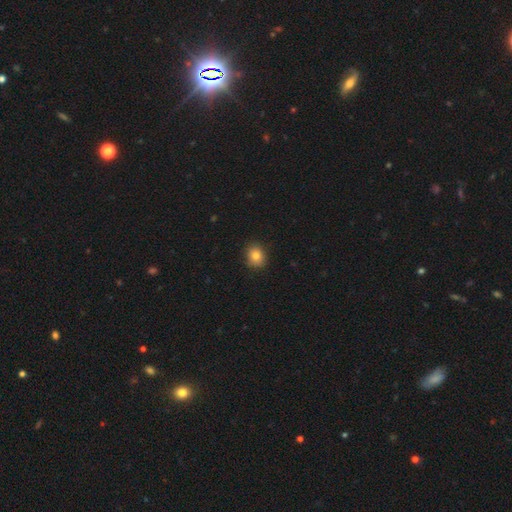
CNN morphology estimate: Smooth or featured?
  - smooth: 83% *
  - star or artifact: 11%
  - featured or disk: 7%
How rounded?
  - round: 63% *
  - in between: 37%
  - cigar-shaped: 1%
Merging?
  - none: 88% *
  - minor disturbance: 9%
  - major disturbance: 2%
  - merger: 1%